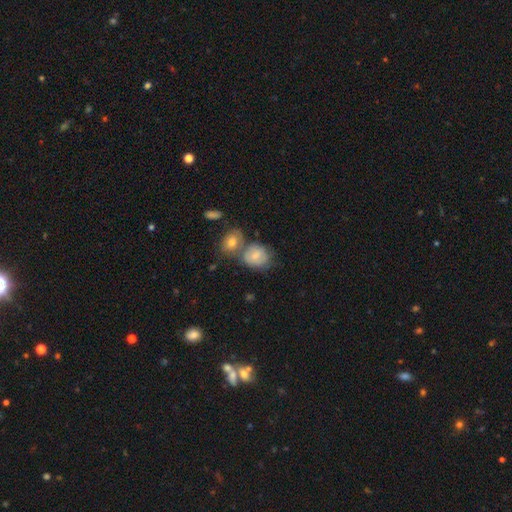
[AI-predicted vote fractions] This is likely a smooth galaxy (67%). How rounded: possibly round (55%). Merging: marginally merger (39%, tied with none).